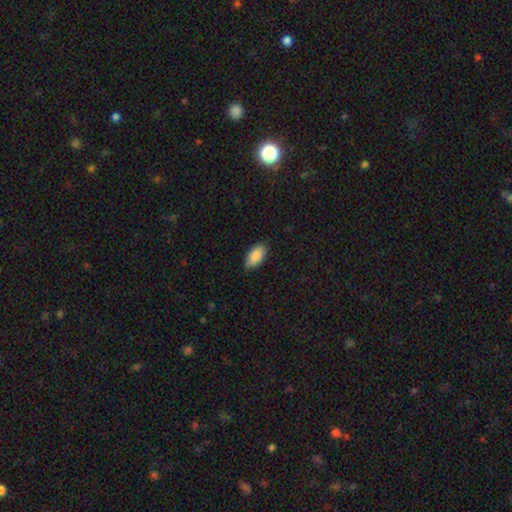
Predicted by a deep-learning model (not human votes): A smooth galaxy with no disk features (88%) that is in between round and cigar-shaped (93%).

Vote fractions:
- Smooth or featured? smooth: 88% / star or artifact: 6% / featured or disk: 6%
- How rounded? in between: 93% / cigar-shaped: 5% / round: 2%
- Merging? none: 85% / minor disturbance: 12% / major disturbance: 2% / merger: 1%